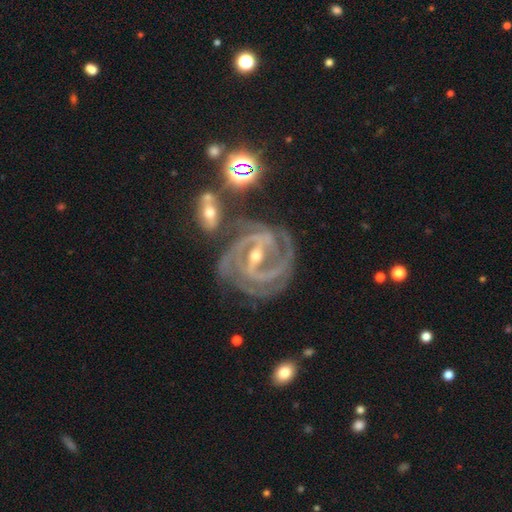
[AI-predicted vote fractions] smooth-or-featured: featured or disk: 92% | star or artifact: 6% | smooth: 3%
  disk-edge-on: no: 97% | yes: 3%
    bar: strong: 60% | weak: 29% | no: 10%
    has-spiral-arms: yes: 98% | no: 2%
      spiral-winding: tight: 67% | medium: 29% | loose: 4%
      spiral-arm-count: 2: 42% | 3: 31% | 4: 9% | can't tell: 9% | more than 4: 5% | 1: 5%
    bulge-size: small: 61% | moderate: 36% | large: 1% | none: 1% | dominant: 1%
  merging: none: 68% | minor disturbance: 16% | merger: 9% | major disturbance: 7%